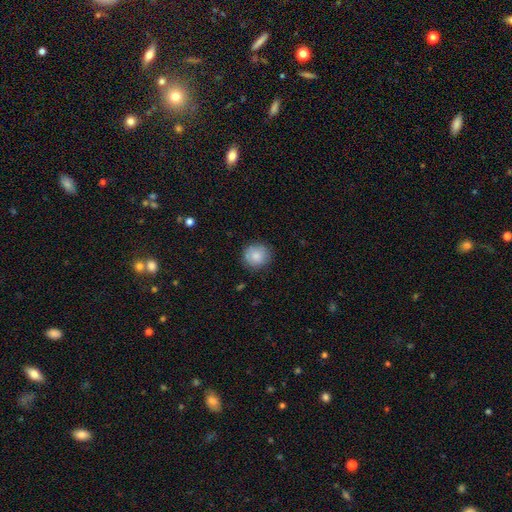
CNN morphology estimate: smooth 83%, featured or disk 8%, star or artifact 8%. Down the decision tree: how rounded — round (89%); merging — none (83%).